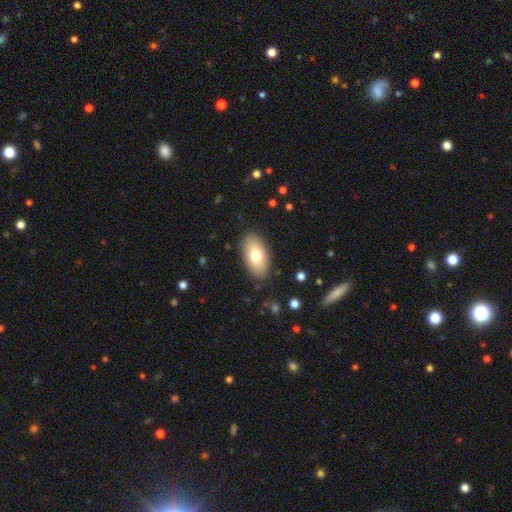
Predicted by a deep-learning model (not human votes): Q: Smooth or featured?
A: smooth (75%); runner-up: featured or disk (19%)
Q: How rounded?
A: in between (93%); runner-up: round (4%)
Q: Merging?
A: none (86%); runner-up: minor disturbance (10%)